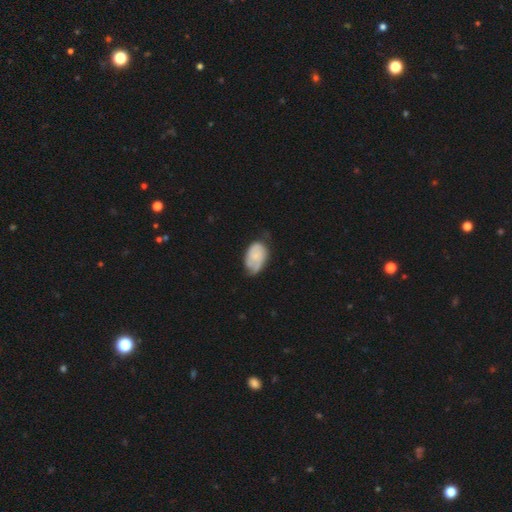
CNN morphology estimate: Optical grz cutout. It shows a smooth galaxy with no disk features (51%) that is in between round and cigar-shaped (88%). Merging: none (47%).